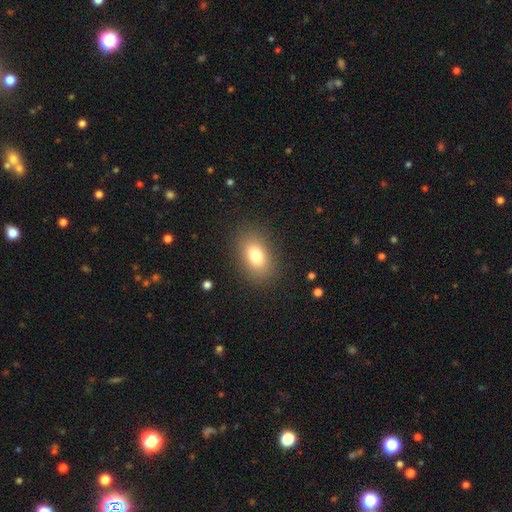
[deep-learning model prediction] Smooth or featured? smooth (79%)
How rounded? in between (84%)
Merging? none (86%)